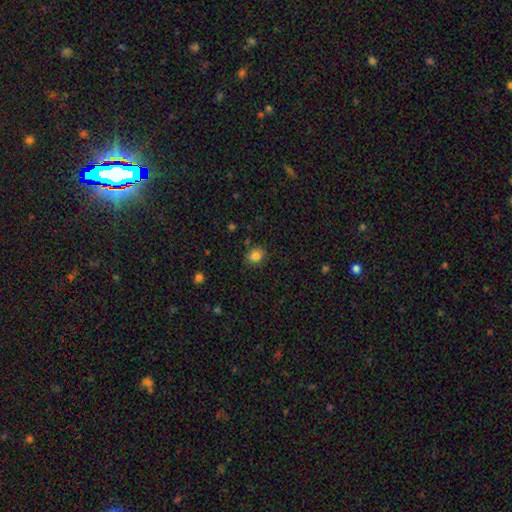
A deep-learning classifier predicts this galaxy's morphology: The model was most divided on "how rounded": round: 58%, in between: 41%, cigar-shaped: 1%. More confident: smooth or featured — smooth (83%); merging — none (77%).